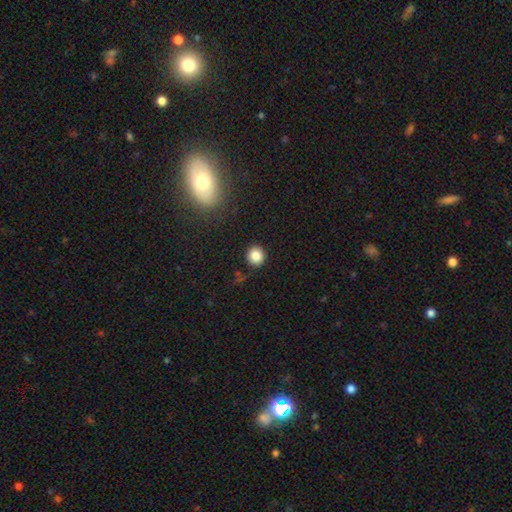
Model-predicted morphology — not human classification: smooth 85%, star or artifact 11%, featured or disk 5%. Down the decision tree: how rounded — round (89%); merging — none (88%).